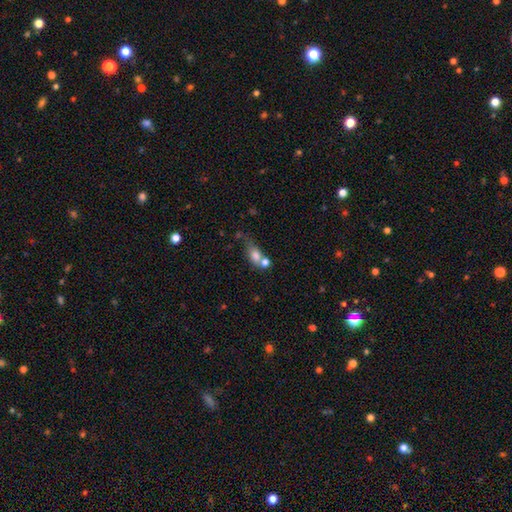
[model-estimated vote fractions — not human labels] smooth 72%, featured or disk 17%, star or artifact 11%. Down the decision tree: how rounded — in between (63%); merging — merger (45%).